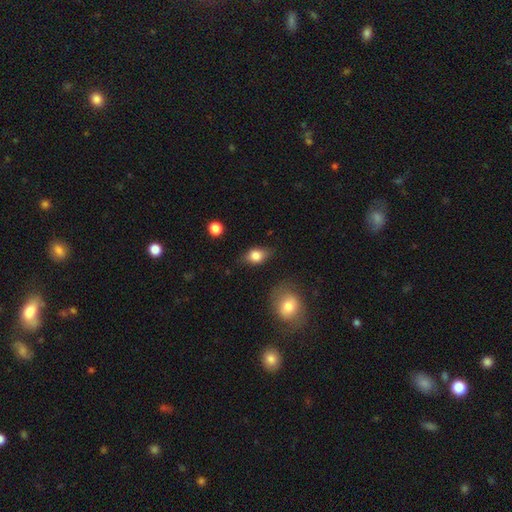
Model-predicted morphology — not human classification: Smooth or featured? smooth (79%)
How rounded? in between (74%)
Merging? none (72%)